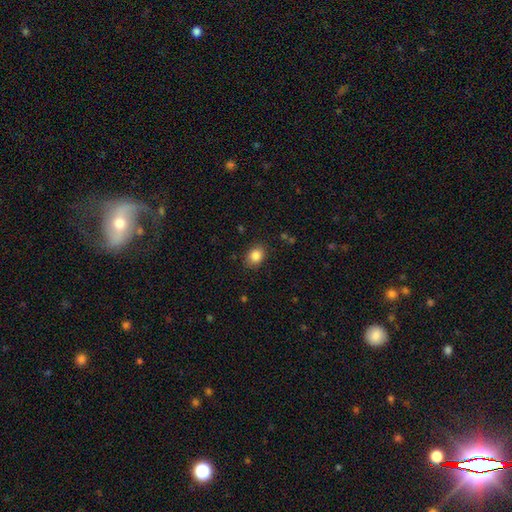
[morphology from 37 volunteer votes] This is clearly a smooth galaxy (84%). How rounded: possibly in between (52%). Merging: likely none (74%).